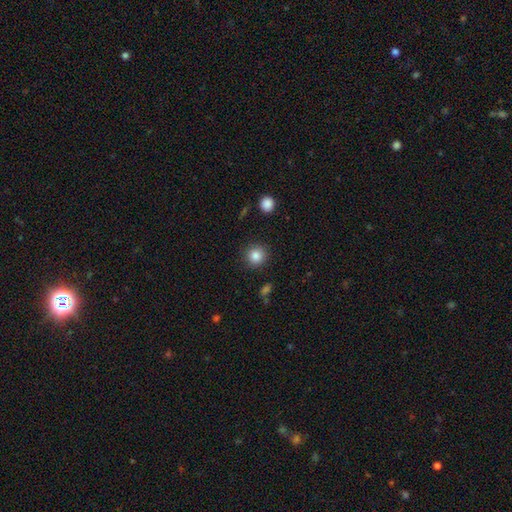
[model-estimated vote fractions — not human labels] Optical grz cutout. It shows a smooth galaxy with no disk features (85%) that is round (92%). Merging: none (90%).